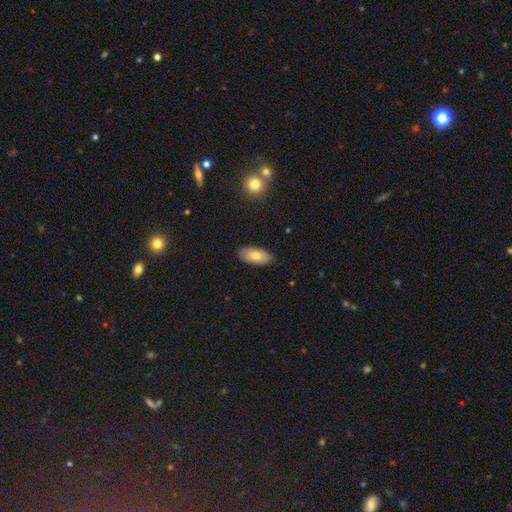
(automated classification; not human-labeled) smooth-or-featured: smooth: 73% | featured or disk: 20% | star or artifact: 7%
  how-rounded: in between: 91% | cigar-shaped: 6% | round: 3%
  merging: none: 87% | minor disturbance: 10% | major disturbance: 2% | merger: 1%